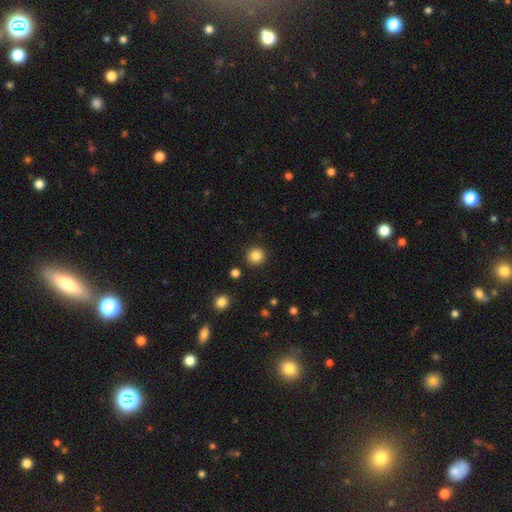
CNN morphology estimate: Smooth or featured?
  - smooth: 85% *
  - star or artifact: 11%
  - featured or disk: 4%
How rounded?
  - round: 94% *
  - in between: 5%
  - cigar-shaped: 1%
Merging?
  - none: 91% *
  - minor disturbance: 5%
  - major disturbance: 2%
  - merger: 2%